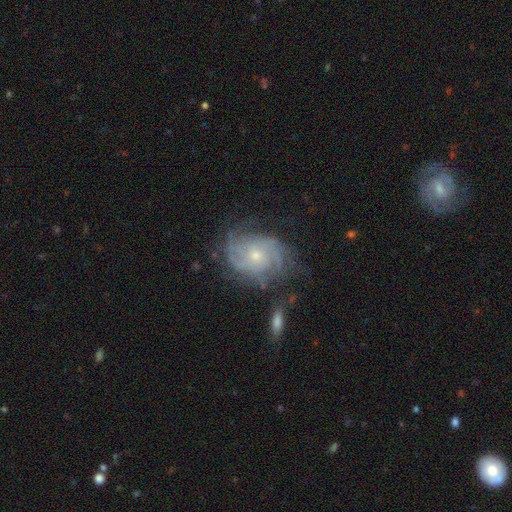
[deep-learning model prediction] A featured or disk galaxy (85%) with no bar (73%), tight (62%) spiral arms (96%) and a small central bulge (61%).

Vote fractions:
- Smooth or featured? featured or disk: 85% / smooth: 9% / star or artifact: 6%
- Edge-on disk? no: 97% / yes: 3%
- Bar? no: 73% / weak: 23% / strong: 4%
- Spiral arms? yes: 96% / no: 4%
- Spiral winding? tight: 62% / medium: 31% / loose: 8%
- Spiral arm count? can't tell: 28% / 2: 25% / 3: 23% / 4: 12% / more than 4: 6% / 1: 6%
- Bulge size? small: 61% / moderate: 35% / large: 1% / none: 1% / dominant: 1%
- Merging? none: 66% / minor disturbance: 21% / major disturbance: 10% / merger: 3%